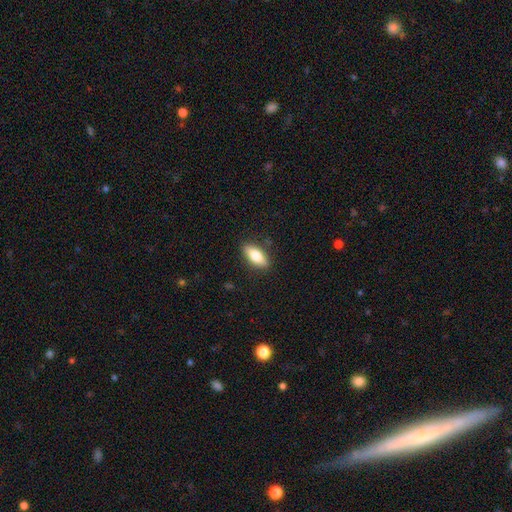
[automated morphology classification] The model was most divided on "smooth or featured": smooth: 74%, featured or disk: 20%, star or artifact: 6%. More confident: merging — none (86%); how rounded — in between (77%).